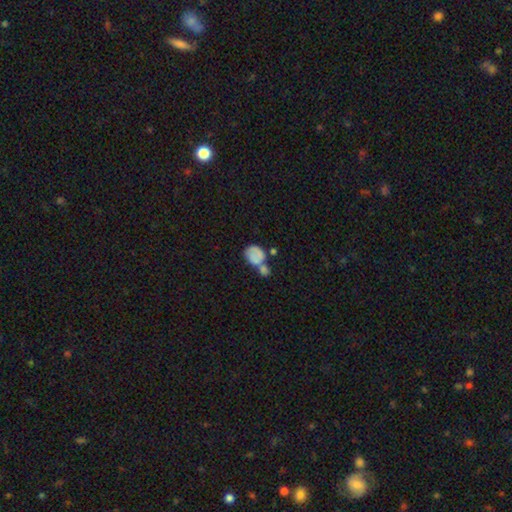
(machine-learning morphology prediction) The model was most divided on "how rounded": in between: 59%, round: 40%, cigar-shaped: 2%. More confident: smooth or featured — smooth (72%); merging — merger (52%).